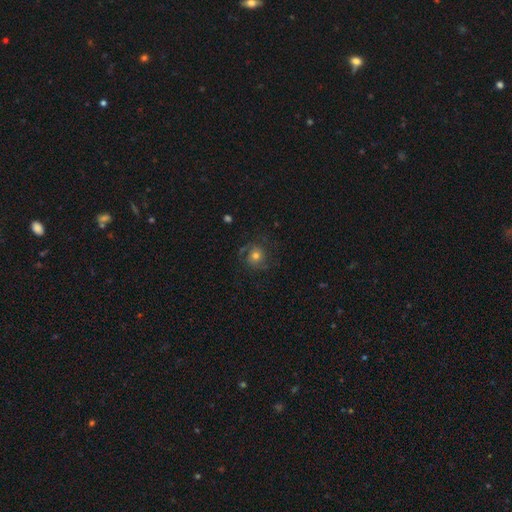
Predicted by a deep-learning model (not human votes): Smooth or featured?
  - featured or disk: 57% *
  - smooth: 32%
  - star or artifact: 11%
Edge-on disk?
  - no: 97% *
  - yes: 3%
Bar?
  - no: 77% *
  - weak: 19%
  - strong: 4%
Spiral arms?
  - yes: 88% *
  - no: 12%
Bulge size?
  - moderate: 63% *
  - small: 24%
  - large: 10%
  - dominant: 2%
  - none: 2%
Merging?
  - none: 68% *
  - minor disturbance: 17%
  - major disturbance: 14%
  - merger: 2%